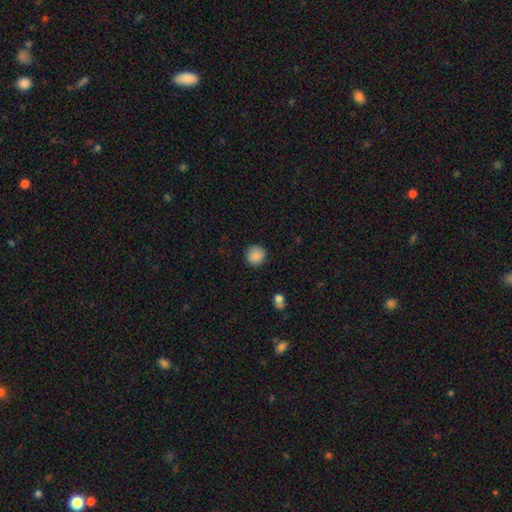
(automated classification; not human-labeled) A smooth galaxy with no disk features (88%) that is round (94%).

Vote fractions:
- Smooth or featured? smooth: 88% / star or artifact: 9% / featured or disk: 4%
- How rounded? round: 94% / in between: 5% / cigar-shaped: 1%
- Merging? none: 89% / minor disturbance: 7% / major disturbance: 2% / merger: 1%